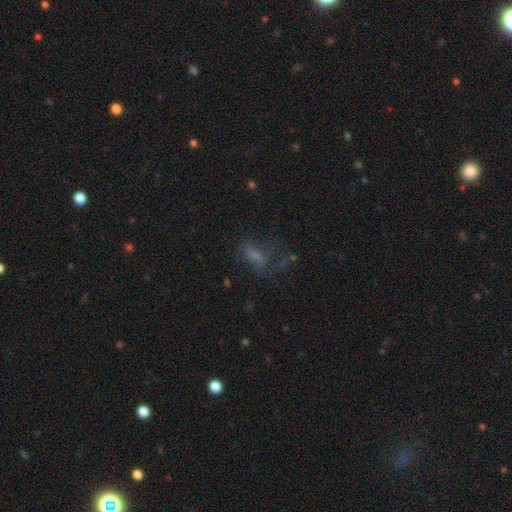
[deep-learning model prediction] Overall: smooth (52%; featured or disk 26%). How rounded: in between (74%). Merging: major disturbance (41%; none 35%).